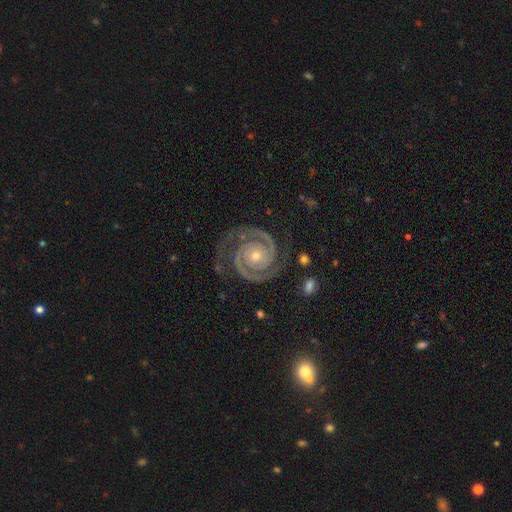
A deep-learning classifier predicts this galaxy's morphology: smooth_or_featured: featured or disk (p=0.94) [alt: star or artifact p=0.04]
disk_edge_on: no (p=0.98) [alt: yes p=0.02]
bar: no (p=0.76) [alt: weak p=0.16]
has_spiral_arms: yes (p=0.99) [alt: no p=0.01]
spiral_winding: tight (p=0.75) [alt: medium p=0.22]
spiral_arm_count: 2 (p=0.93) [alt: 3 p=0.02]
bulge_size: small (p=0.51) [alt: moderate p=0.46]
merging: none (p=0.82) [alt: minor disturbance p=0.13]